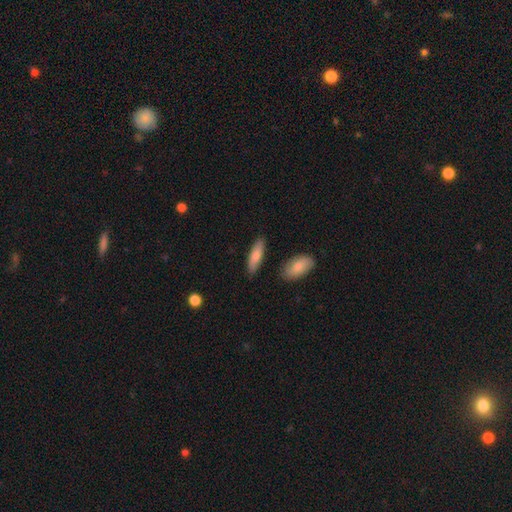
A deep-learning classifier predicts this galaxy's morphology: Overall: smooth (80%). How rounded: cigar-shaped (51%; in between 47%). Merging: none (85%).